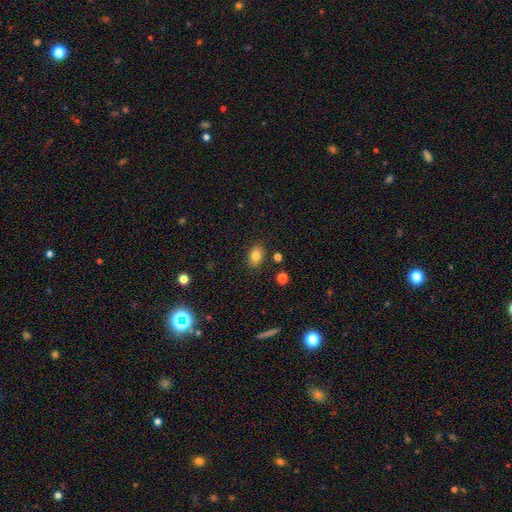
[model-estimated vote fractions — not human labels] smooth_or_featured: smooth (p=0.81) [alt: star or artifact p=0.11]
how_rounded: in between (p=0.73) [alt: round p=0.25]
merging: none (p=0.86) [alt: minor disturbance p=0.10]